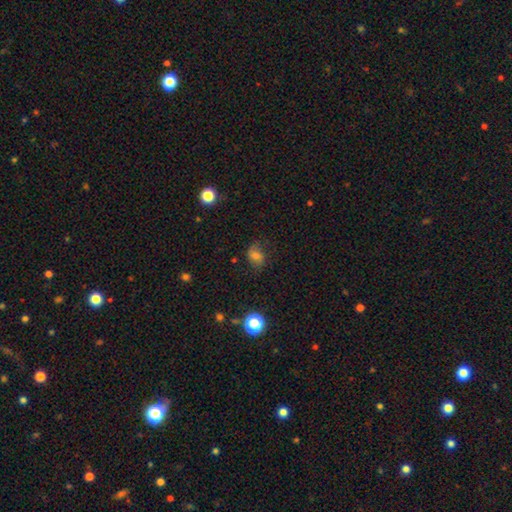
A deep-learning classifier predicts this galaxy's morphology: This appears to be a smooth galaxy with no disk features (61%) that is in between round and cigar-shaped (60%). Merging: none (67%).